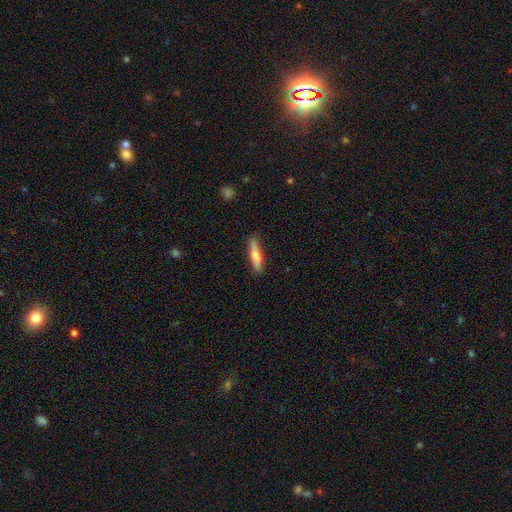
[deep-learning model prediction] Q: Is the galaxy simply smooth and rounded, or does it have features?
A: smooth — 68%.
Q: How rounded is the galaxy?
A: cigar-shaped — 85%.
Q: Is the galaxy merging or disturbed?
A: none — 85%.